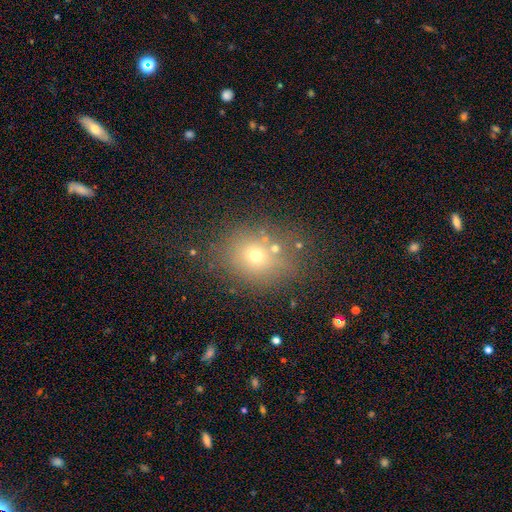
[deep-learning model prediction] A smooth galaxy with no disk features (63%) that is round (56%).

Vote fractions:
- Smooth or featured? smooth: 63% / star or artifact: 23% / featured or disk: 15%
- How rounded? round: 56% / in between: 43% / cigar-shaped: 1%
- Merging? none: 72% / minor disturbance: 13% / merger: 9% / major disturbance: 6%